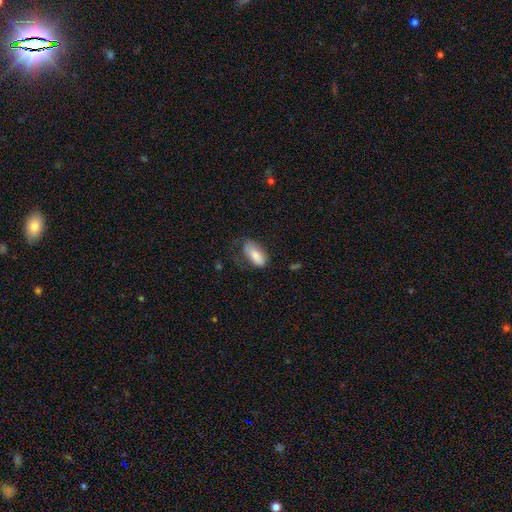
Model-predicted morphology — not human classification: Smooth or featured: smooth — 80% (featured or disk — 13%)
How rounded: in between — 89% (cigar-shaped — 9%)
Merging: none — 43% (minor disturbance — 31%)